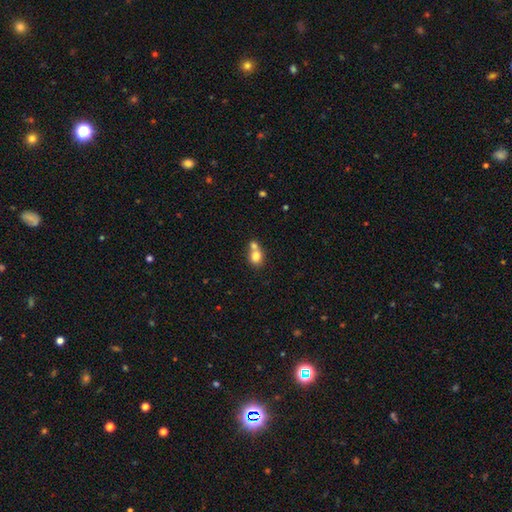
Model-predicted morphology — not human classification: The model was most divided on "merging": merger: 58%, none: 33%, minor disturbance: 7%, major disturbance: 3%. More confident: smooth or featured — smooth (78%); how rounded — round (64%).